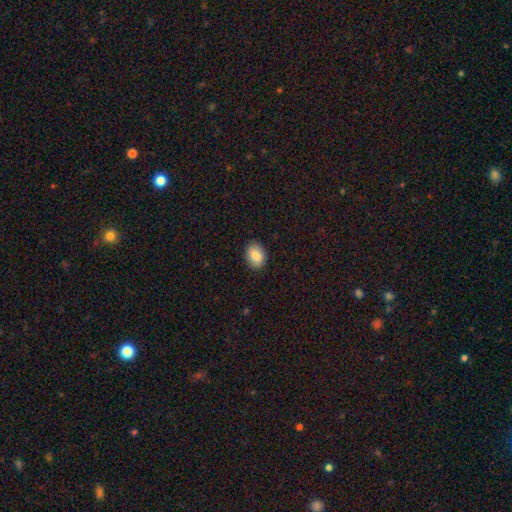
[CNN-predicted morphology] smooth_or_featured: smooth (p=0.87) [alt: star or artifact p=0.07]
how_rounded: in between (p=0.77) [alt: round p=0.22]
merging: none (p=0.88) [alt: minor disturbance p=0.09]